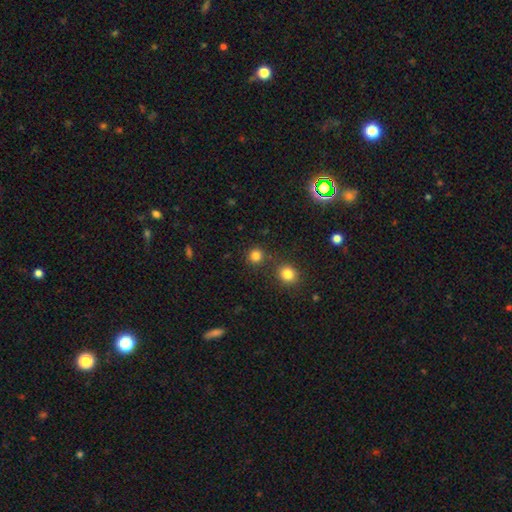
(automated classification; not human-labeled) Overall: smooth (81%). How rounded: round (92%). Merging: none (82%).